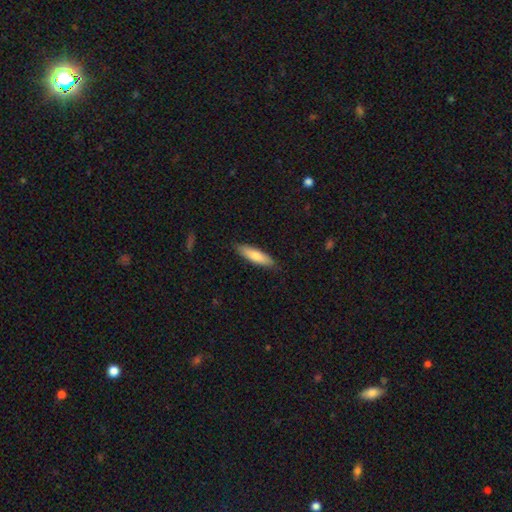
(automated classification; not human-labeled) smooth-or-featured: smooth: 74% | featured or disk: 20% | star or artifact: 6%
  how-rounded: cigar-shaped: 68% | in between: 31% | round: 2%
  merging: none: 87% | minor disturbance: 10% | major disturbance: 2% | merger: 1%